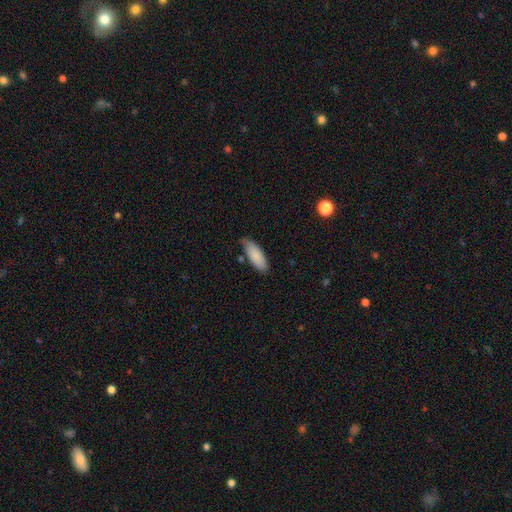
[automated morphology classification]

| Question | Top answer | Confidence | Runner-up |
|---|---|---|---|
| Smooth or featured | smooth | 86% | featured or disk (8%) |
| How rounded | in between | 73% | cigar-shaped (26%) |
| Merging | none | 71% | minor disturbance (23%) |